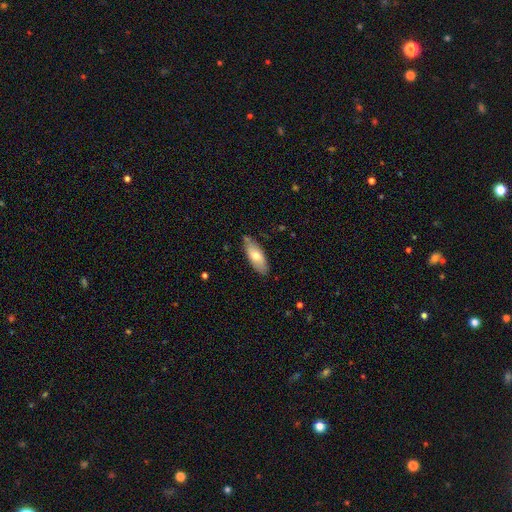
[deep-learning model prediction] Smooth or featured? smooth (67%)
How rounded? in between (79%)
Merging? none (78%)